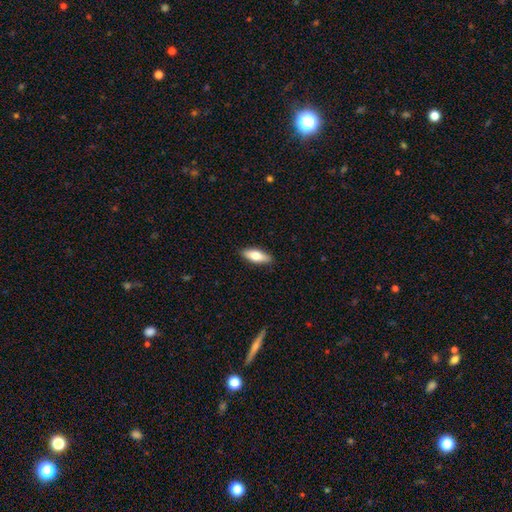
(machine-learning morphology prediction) Q: Smooth or featured?
A: smooth (72%); runner-up: featured or disk (22%)
Q: How rounded?
A: in between (70%); runner-up: cigar-shaped (28%)
Q: Merging?
A: none (88%); runner-up: minor disturbance (9%)